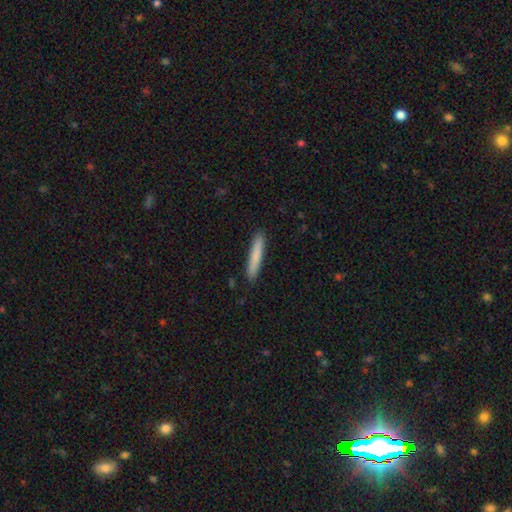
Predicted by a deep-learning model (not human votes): Smooth or featured: smooth — 79% (featured or disk — 15%)
How rounded: cigar-shaped — 94% (in between — 5%)
Merging: none — 90% (minor disturbance — 7%)